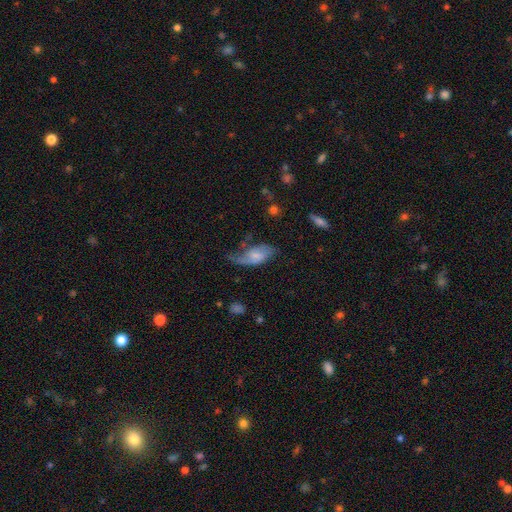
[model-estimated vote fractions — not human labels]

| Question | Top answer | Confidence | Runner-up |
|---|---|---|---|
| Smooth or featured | featured or disk | 52% | smooth (40%) |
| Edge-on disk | no | 93% | yes (7%) |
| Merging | none | 33% | major disturbance (32%) |